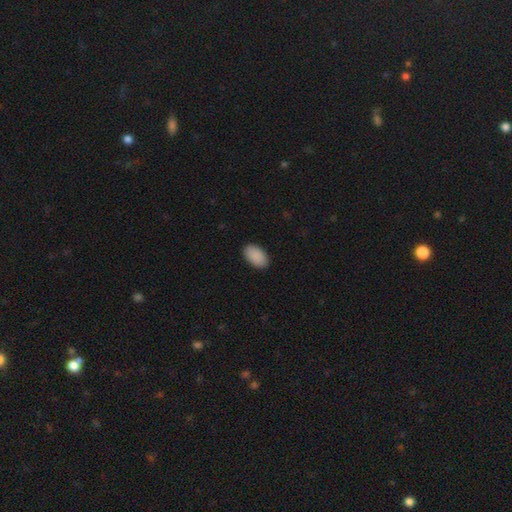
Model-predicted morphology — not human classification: Smooth or featured: smooth — 91% (star or artifact — 6%)
How rounded: in between — 95% (round — 4%)
Merging: none — 89% (minor disturbance — 8%)